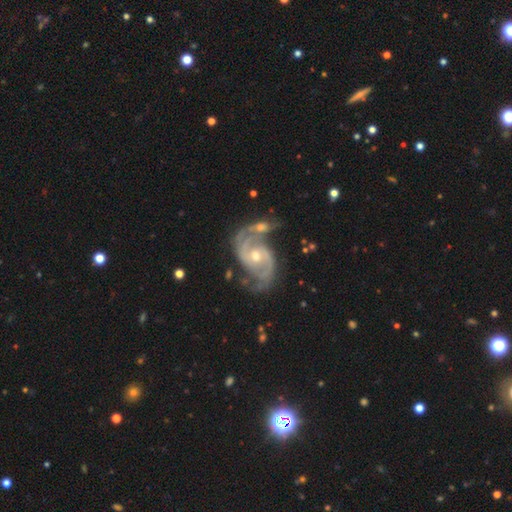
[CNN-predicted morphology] type=featured or disk (91%); edge-on=no (98%); bar=no (55%); spiral arms=yes (98%); winding=medium (54%); arm count=2 (89%); bulge=moderate (51%); merging=none (50%).